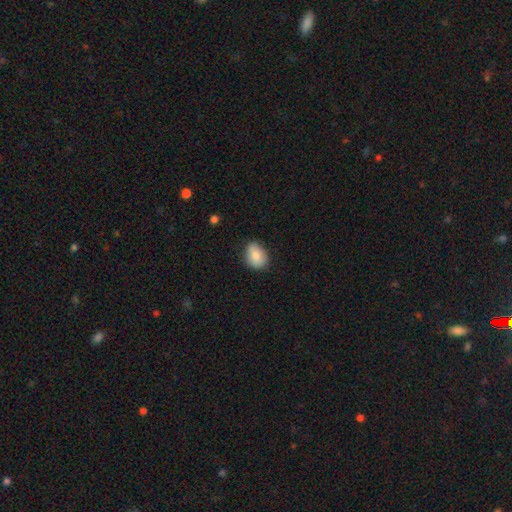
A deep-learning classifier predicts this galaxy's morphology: Smooth or featured? Predicted: smooth (p=0.82). How rounded? Predicted: in between (p=0.61). Merging? Predicted: none (p=0.74).